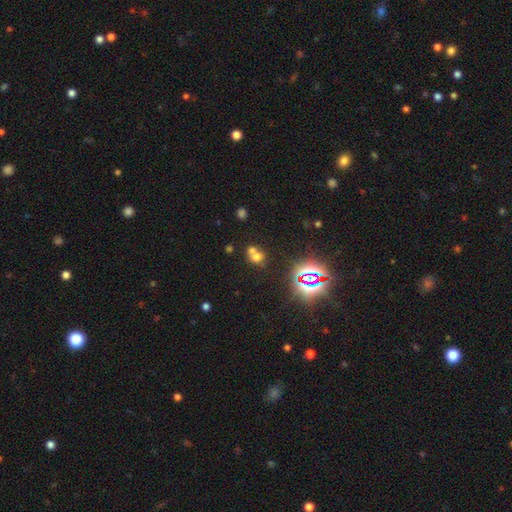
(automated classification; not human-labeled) The model was most divided on "merging": merger: 54%, none: 34%, minor disturbance: 7%, major disturbance: 4%. More confident: how rounded — round (69%); smooth or featured — smooth (58%).